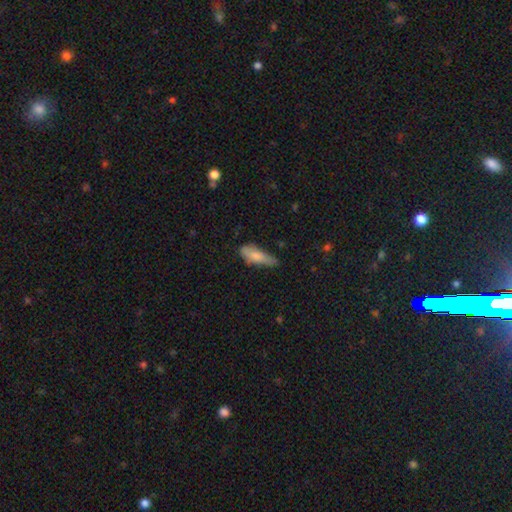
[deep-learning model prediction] Smooth or featured?
  - smooth: 75% *
  - featured or disk: 18%
  - star or artifact: 7%
How rounded?
  - in between: 59% *
  - cigar-shaped: 38%
  - round: 2%
Merging?
  - none: 45% *
  - minor disturbance: 40%
  - major disturbance: 12%
  - merger: 3%